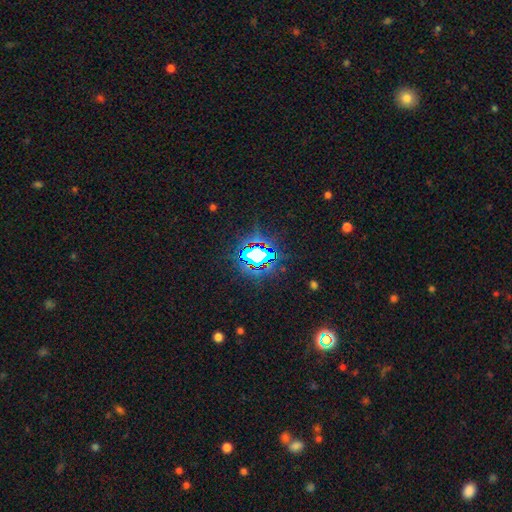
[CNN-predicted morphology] Q: Smooth or featured?
A: star or artifact (73%); runner-up: smooth (15%)